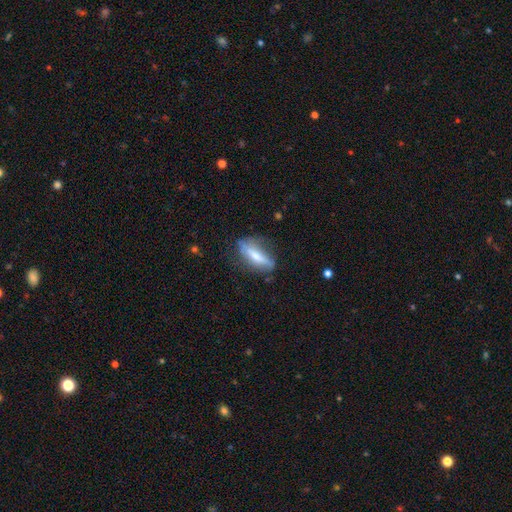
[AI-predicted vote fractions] smooth 55%, featured or disk 37%, star or artifact 7%. Down the decision tree: how rounded — cigar-shaped (51%); merging — none (64%).